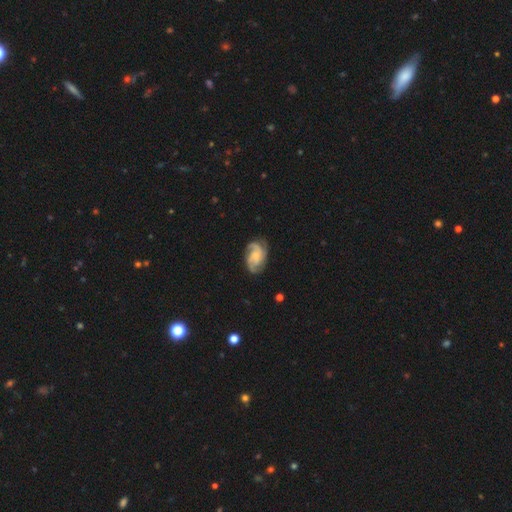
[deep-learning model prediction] smooth_or_featured: featured or disk (p=0.87) [alt: smooth p=0.08]
disk_edge_on: no (p=0.98) [alt: yes p=0.02]
bar: no (p=0.65) [alt: weak p=0.30]
has_spiral_arms: yes (p=0.98) [alt: no p=0.02]
spiral_winding: medium (p=0.46) [alt: tight p=0.42]
spiral_arm_count: 3 (p=0.62) [alt: 2 p=0.14]
bulge_size: small (p=0.53) [alt: moderate p=0.27]
merging: none (p=0.75) [alt: minor disturbance p=0.17]